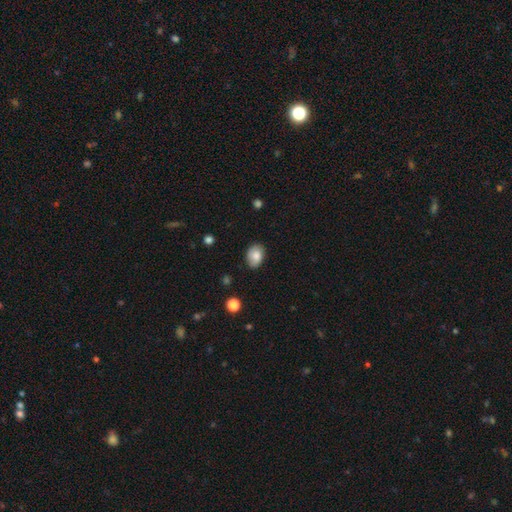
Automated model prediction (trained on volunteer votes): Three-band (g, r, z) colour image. It shows a smooth galaxy with no disk features (82%) that is in between round and cigar-shaped (75%). Merging: none (77%).